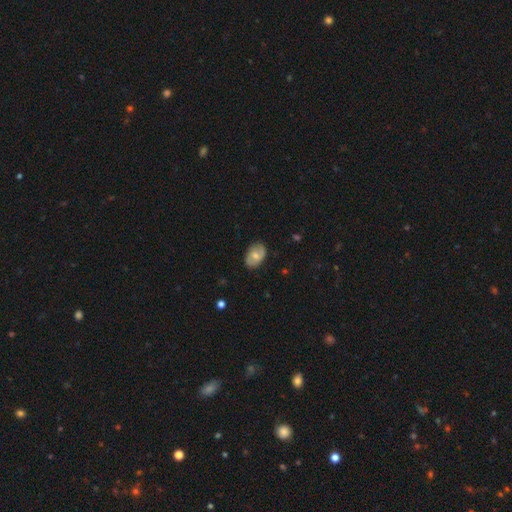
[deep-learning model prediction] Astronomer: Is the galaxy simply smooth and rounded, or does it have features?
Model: smooth — 53% (runner-up: featured or disk, 40%).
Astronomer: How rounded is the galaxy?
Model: in between — 85%.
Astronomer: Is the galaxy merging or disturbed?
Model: none — 82%.